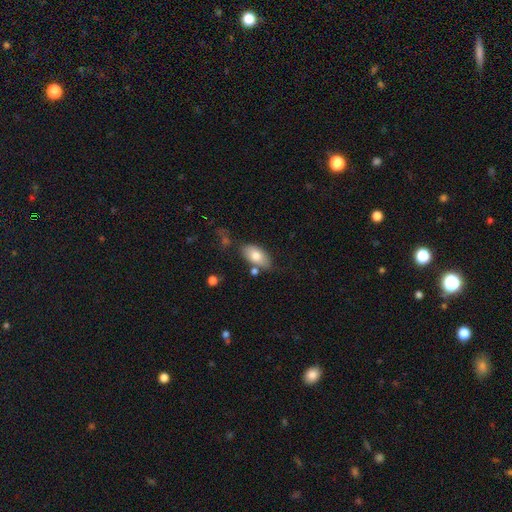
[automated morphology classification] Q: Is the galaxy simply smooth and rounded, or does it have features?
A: smooth — 77%.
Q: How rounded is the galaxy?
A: in between — 93%.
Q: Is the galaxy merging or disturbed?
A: none — 70%.